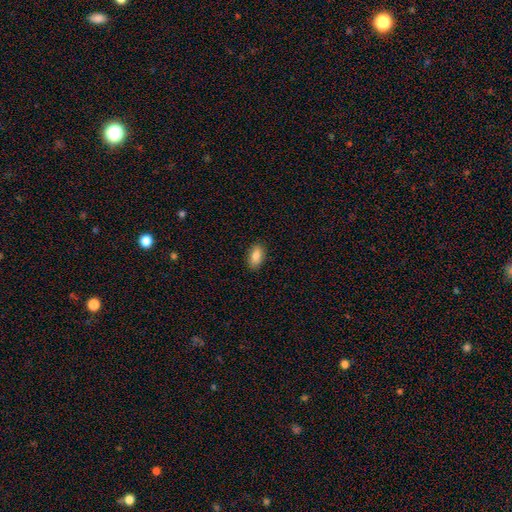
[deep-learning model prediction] smooth-or-featured: smooth: 85% | star or artifact: 8% | featured or disk: 8%
  how-rounded: in between: 90% | cigar-shaped: 5% | round: 5%
  merging: none: 88% | minor disturbance: 9% | major disturbance: 2% | merger: 1%